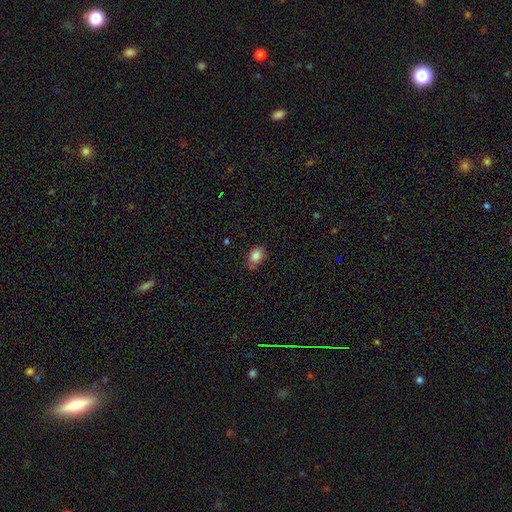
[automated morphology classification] Smooth or featured? smooth (85%)
How rounded? in between (70%)
Merging? none (73%)